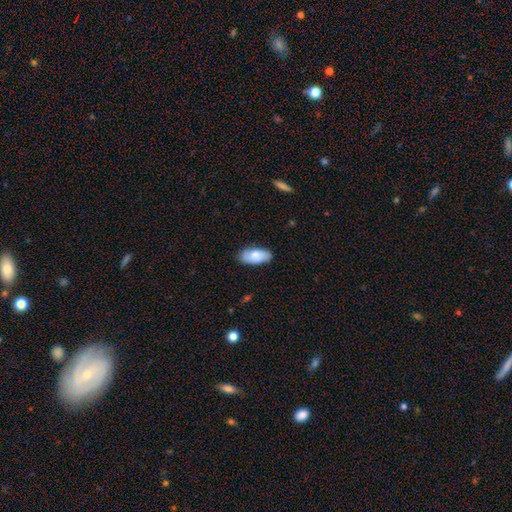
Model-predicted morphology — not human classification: A smooth galaxy with no disk features (79%) that is in between round and cigar-shaped (91%). Merging: none (81%).